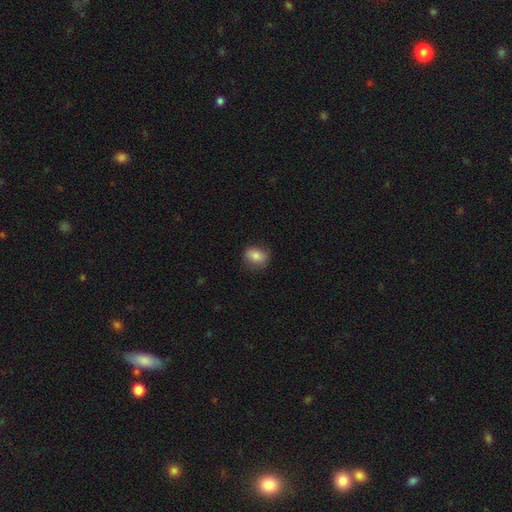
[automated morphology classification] type=smooth (83%); roundness=in between (52%); merging=none (78%).